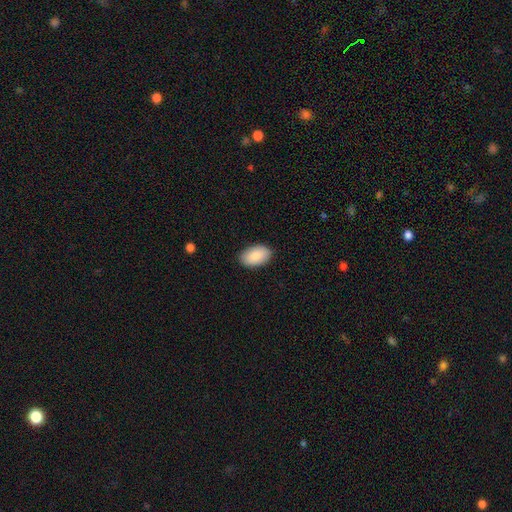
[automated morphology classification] type=smooth (87%); roundness=in between (94%); merging=none (88%).